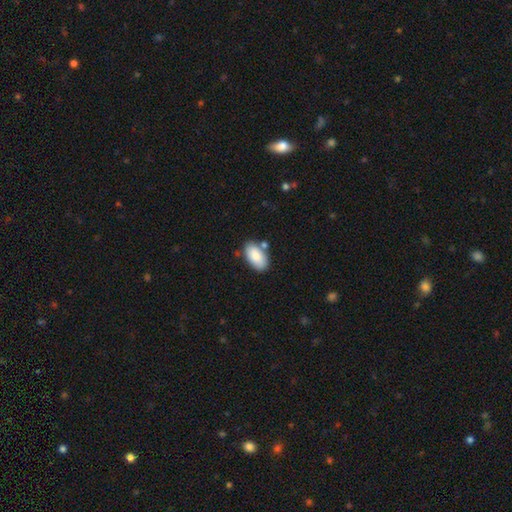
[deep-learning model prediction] smooth 85%, featured or disk 8%, star or artifact 6%. Down the decision tree: how rounded — in between (95%); merging — none (72%).